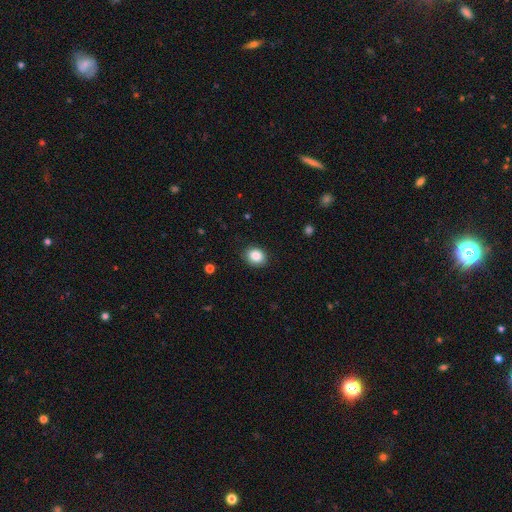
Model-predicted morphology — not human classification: Overall: smooth (87%). How rounded: round (52%; in between 47%). Merging: none (87%).